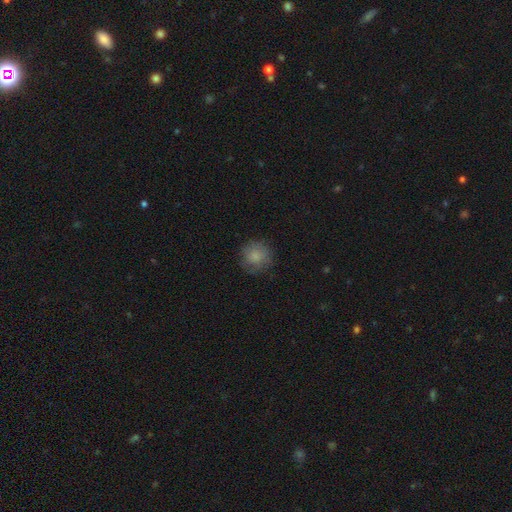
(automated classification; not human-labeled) Smooth or featured? Predicted: smooth (p=0.82). How rounded? Predicted: round (p=0.91). Merging? Predicted: none (p=0.78).